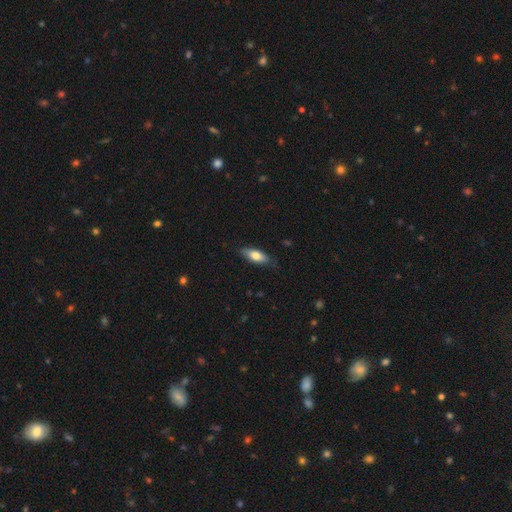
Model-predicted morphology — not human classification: Q: Smooth or featured?
A: smooth (74%); runner-up: featured or disk (20%)
Q: How rounded?
A: in between (75%); runner-up: cigar-shaped (23%)
Q: Merging?
A: none (79%); runner-up: minor disturbance (17%)